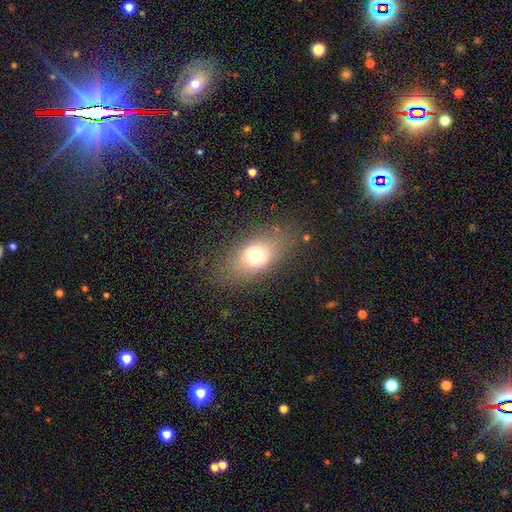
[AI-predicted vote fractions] Smooth or featured?
  - smooth: 68% *
  - featured or disk: 18%
  - star or artifact: 14%
How rounded?
  - in between: 75% *
  - round: 21%
  - cigar-shaped: 4%
Merging?
  - none: 77% *
  - minor disturbance: 13%
  - major disturbance: 8%
  - merger: 1%